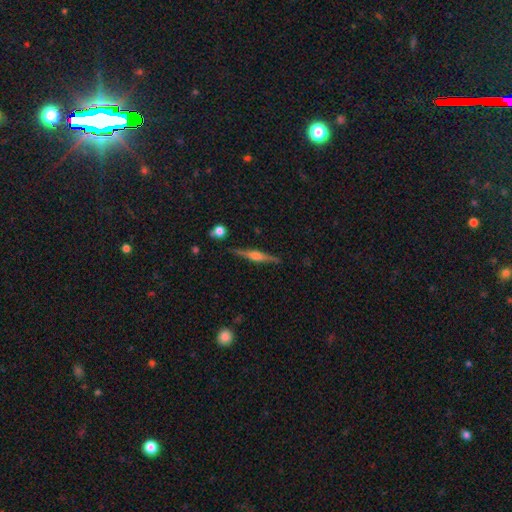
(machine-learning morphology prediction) A featured or disk galaxy (77%) viewed edge-on (98%) with a rounded central bulge (82%).

Vote fractions:
- Smooth or featured? featured or disk: 77% / smooth: 17% / star or artifact: 6%
- Edge-on disk? yes: 98% / no: 2%
- Edge-on bulge? rounded: 82% / boxy: 14% / none: 4%
- Merging? none: 89% / minor disturbance: 8% / merger: 2% / major disturbance: 2%